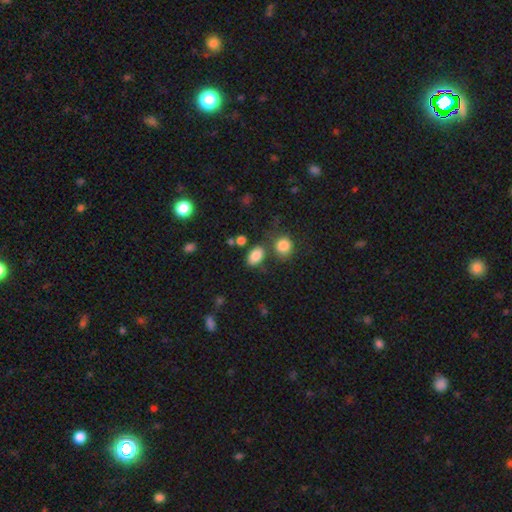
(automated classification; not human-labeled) The model was most divided on "merging": none: 69%, merger: 14%, minor disturbance: 13%, major disturbance: 4%. More confident: smooth or featured — smooth (85%); how rounded — in between (84%).